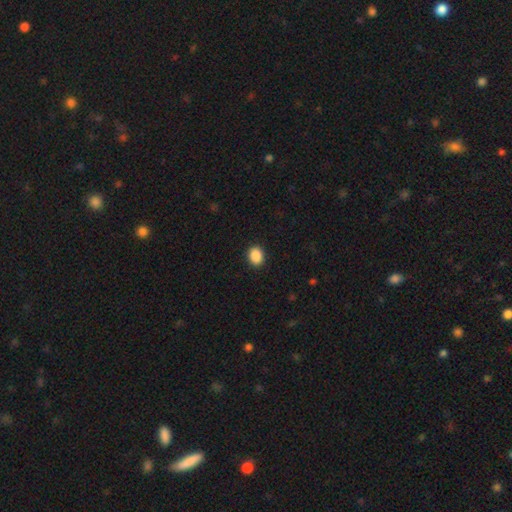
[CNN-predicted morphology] Overall: smooth (90%). How rounded: round (51%; in between 48%). Merging: none (91%).